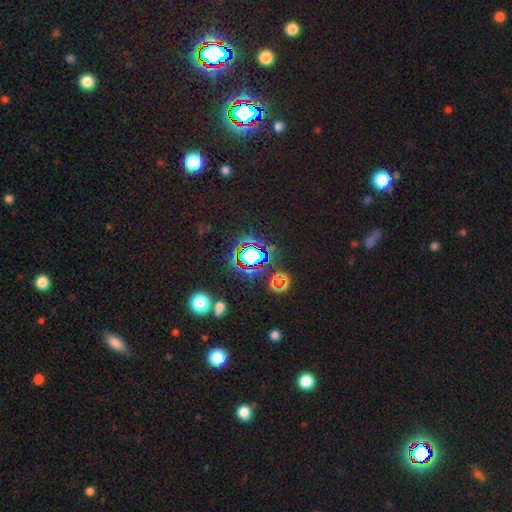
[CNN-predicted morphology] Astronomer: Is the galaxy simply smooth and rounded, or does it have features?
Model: star or artifact — 74%.